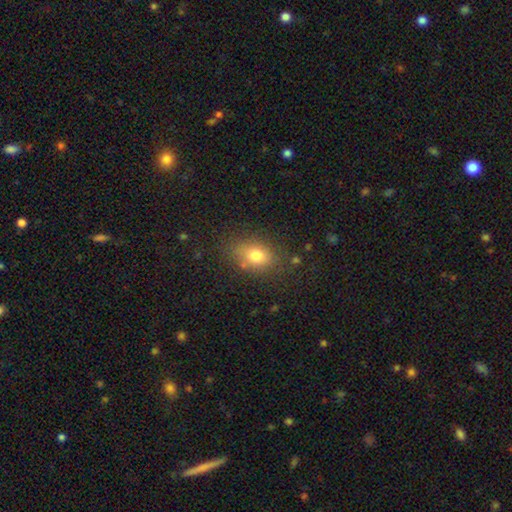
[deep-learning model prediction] Morphology: type=smooth (77%); roundness=in between (67%); merging=none (76%).